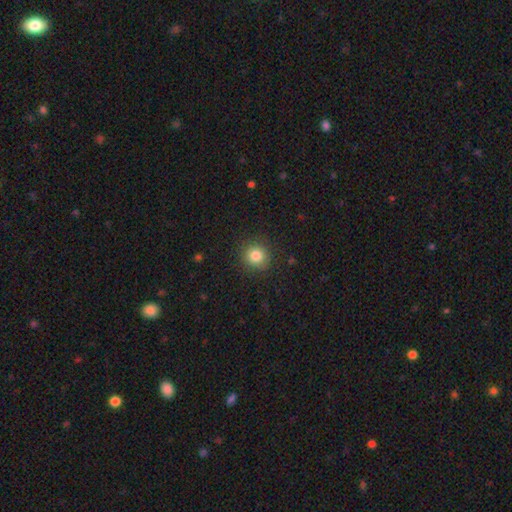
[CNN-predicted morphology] smooth_or_featured: smooth (p=0.83) [alt: star or artifact p=0.11]
how_rounded: round (p=0.90) [alt: in between p=0.09]
merging: none (p=0.89) [alt: minor disturbance p=0.07]